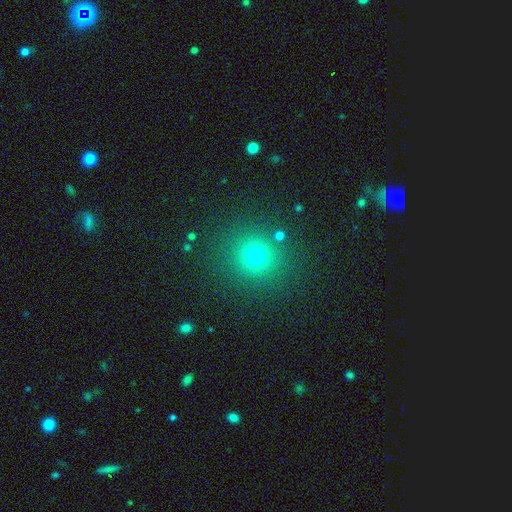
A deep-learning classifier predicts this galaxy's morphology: smooth-or-featured: smooth: 72% | star or artifact: 21% | featured or disk: 7%
  how-rounded: round: 92% | in between: 7% | cigar-shaped: 1%
  merging: none: 87% | minor disturbance: 7% | major disturbance: 3% | merger: 3%